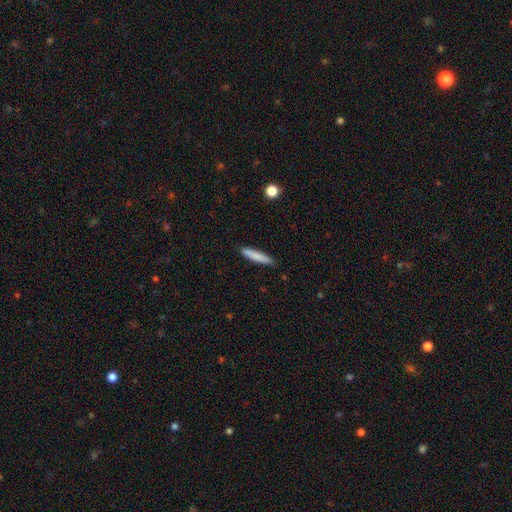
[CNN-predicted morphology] type=smooth (81%); roundness=cigar-shaped (90%); merging=none (88%).